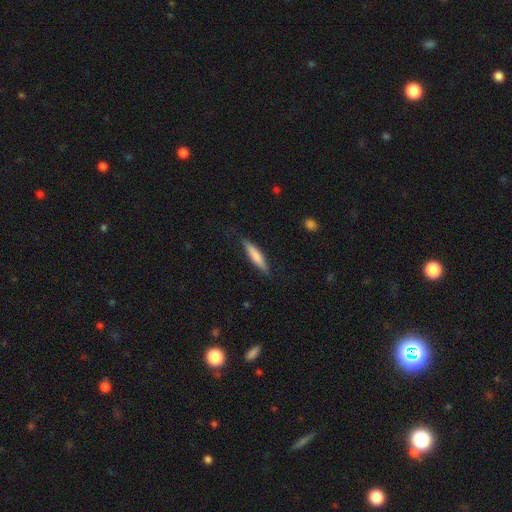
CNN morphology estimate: A smooth galaxy with no disk features (73%) that is cigar-shaped (84%).

Vote fractions:
- Smooth or featured? smooth: 73% / featured or disk: 22% / star or artifact: 5%
- How rounded? cigar-shaped: 84% / in between: 15% / round: 1%
- Merging? none: 82% / minor disturbance: 14% / major disturbance: 3% / merger: 1%